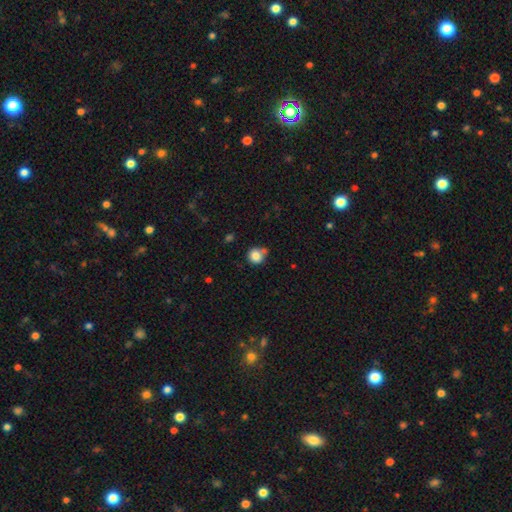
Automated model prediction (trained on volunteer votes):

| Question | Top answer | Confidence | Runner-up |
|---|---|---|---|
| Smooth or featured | smooth | 83% | star or artifact (10%) |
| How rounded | round | 89% | in between (10%) |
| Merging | none | 59% | merger (20%) |